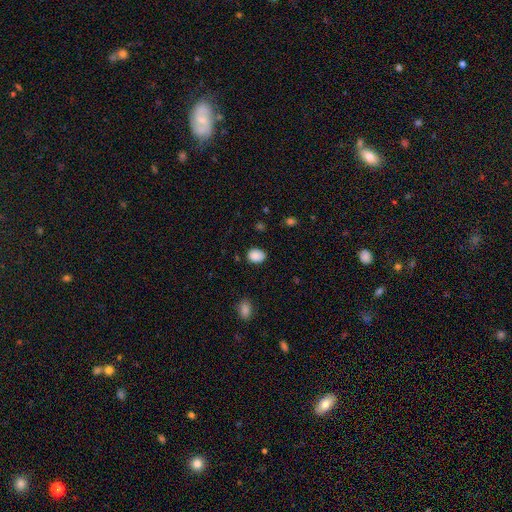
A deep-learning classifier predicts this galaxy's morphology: A smooth galaxy with no disk features (88%) that is in between round and cigar-shaped (57%). Merging: none (79%).